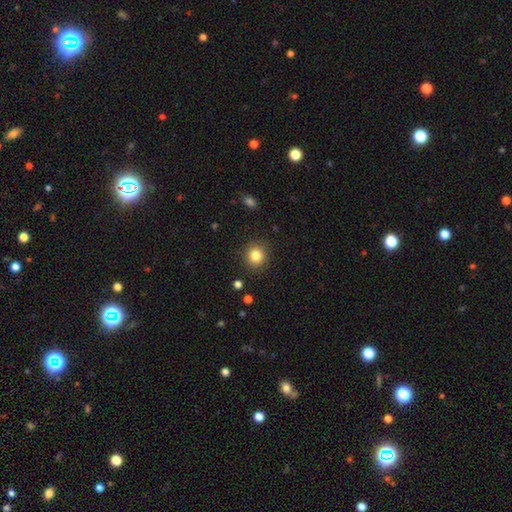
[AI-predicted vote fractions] Q: Smooth or featured?
A: smooth (84%); runner-up: star or artifact (11%)
Q: How rounded?
A: round (88%); runner-up: in between (11%)
Q: Merging?
A: none (89%); runner-up: minor disturbance (8%)